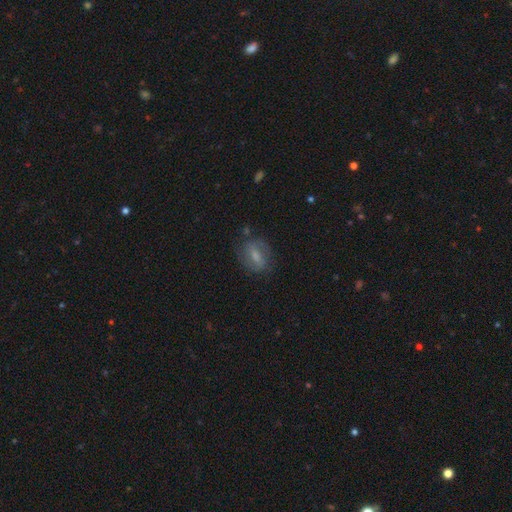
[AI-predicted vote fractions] Morphology: type=featured or disk (48%); merging=none (73%).